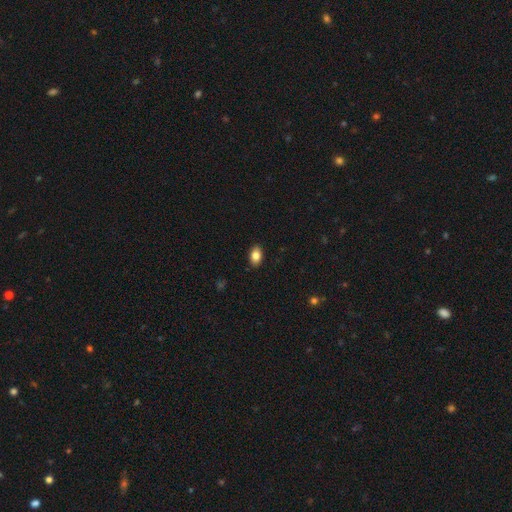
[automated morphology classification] This is clearly a smooth galaxy (85%). How rounded: clearly in between (88%). Merging: clearly none (89%).